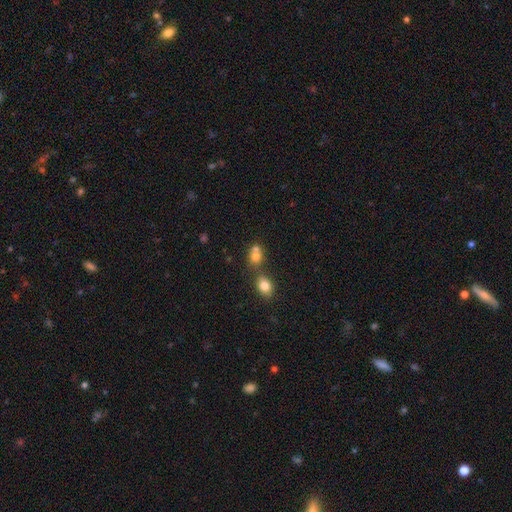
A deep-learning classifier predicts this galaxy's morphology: smooth_or_featured: smooth (p=0.74) [alt: star or artifact p=0.14]
how_rounded: round (p=0.69) [alt: in between p=0.29]
merging: merger (p=0.50) [alt: none p=0.39]